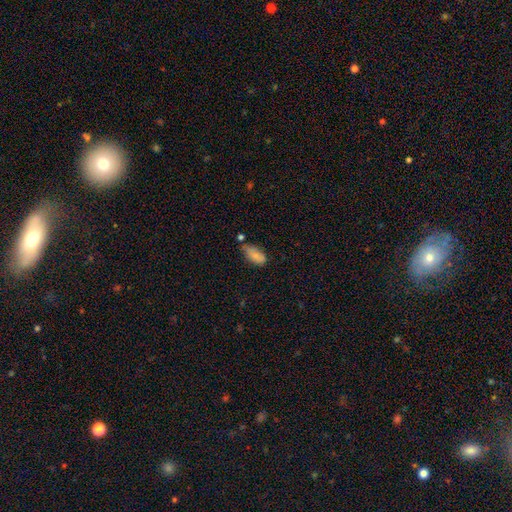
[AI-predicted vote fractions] This is clearly a smooth galaxy (81%). How rounded: clearly in between (90%). Merging: possibly none (51%).